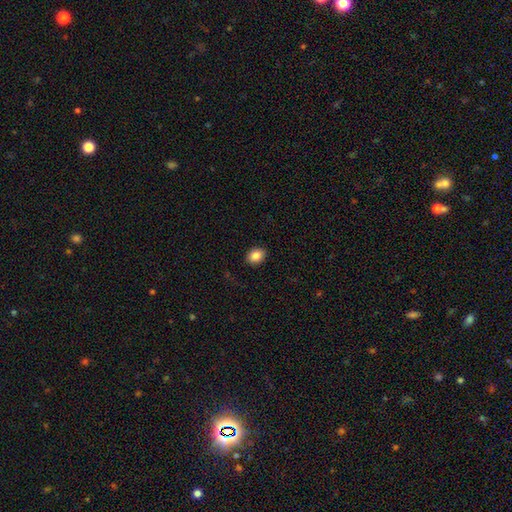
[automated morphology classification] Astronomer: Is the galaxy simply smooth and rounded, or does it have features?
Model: smooth — 86%.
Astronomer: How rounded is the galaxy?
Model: in between — 62%.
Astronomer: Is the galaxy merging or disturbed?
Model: none — 90%.